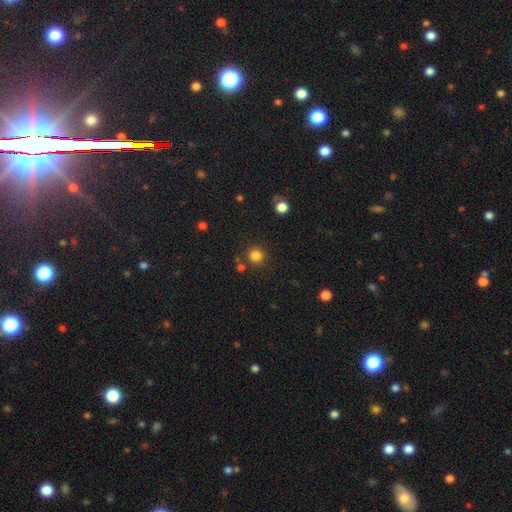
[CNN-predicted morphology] A smooth galaxy with no disk features (82%) that is round (92%).

Vote fractions:
- Smooth or featured? smooth: 82% / star or artifact: 13% / featured or disk: 4%
- How rounded? round: 92% / in between: 7% / cigar-shaped: 1%
- Merging? none: 82% / minor disturbance: 8% / merger: 7% / major disturbance: 3%